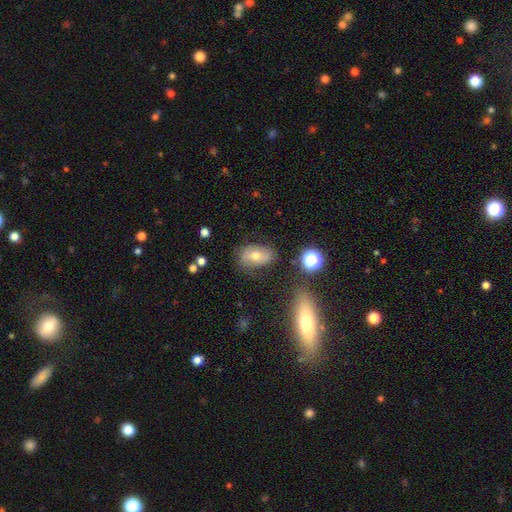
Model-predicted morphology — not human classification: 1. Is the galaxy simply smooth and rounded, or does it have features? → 53% smooth, 33% featured or disk, 14% star or artifact.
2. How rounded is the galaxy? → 84% in between, 13% round, 3% cigar-shaped.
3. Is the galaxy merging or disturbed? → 69% none, 20% minor disturbance, 8% major disturbance, 4% merger.